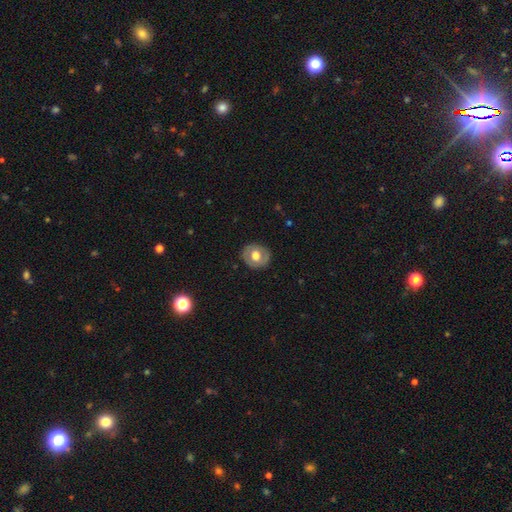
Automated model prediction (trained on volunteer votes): Q: Smooth or featured?
A: smooth (52%); runner-up: featured or disk (41%)
Q: How rounded?
A: round (73%); runner-up: in between (26%)
Q: Merging?
A: none (85%); runner-up: minor disturbance (11%)